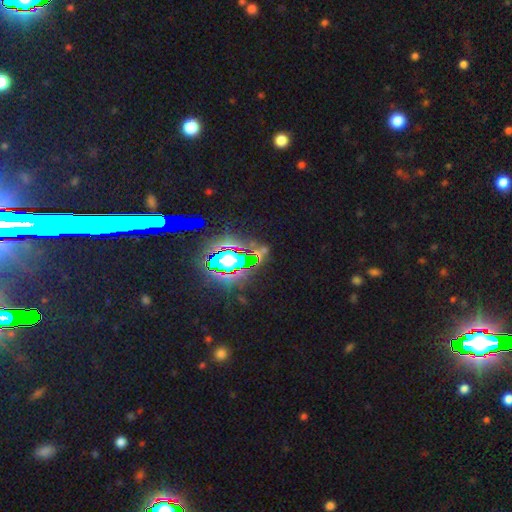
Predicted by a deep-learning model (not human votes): smooth_or_featured: star or artifact (p=0.70) [alt: featured or disk p=0.15]